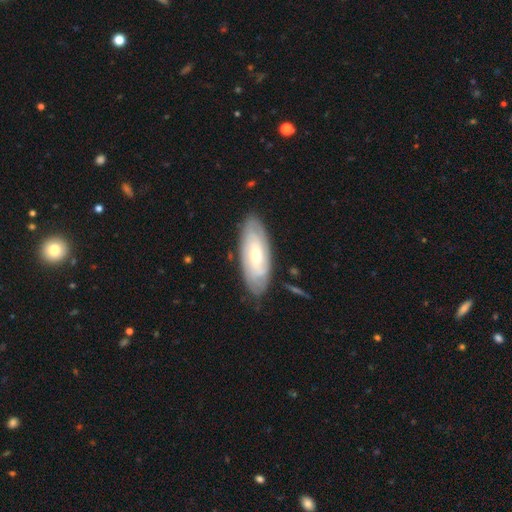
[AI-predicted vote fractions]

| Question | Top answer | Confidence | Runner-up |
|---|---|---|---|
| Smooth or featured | featured or disk | 67% | smooth (27%) |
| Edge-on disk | no | 87% | yes (13%) |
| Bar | no | 58% | weak (33%) |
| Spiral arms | yes | 86% | no (14%) |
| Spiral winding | tight | 74% | medium (20%) |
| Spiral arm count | can't tell | 60% | 2 (16%) |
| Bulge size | moderate | 48% | small (46%) |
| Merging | none | 81% | minor disturbance (14%) |